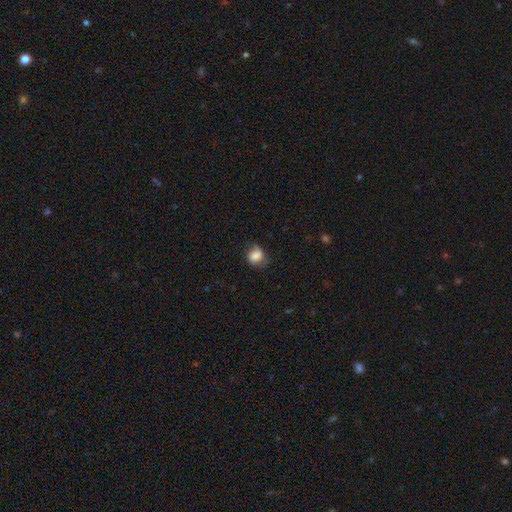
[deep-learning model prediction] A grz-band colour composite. It shows a smooth galaxy with no disk features (76%) that is round (52%). Merging: none (47%).